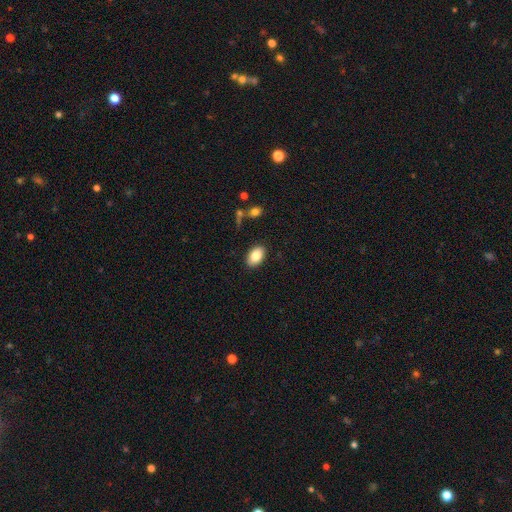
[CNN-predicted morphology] smooth_or_featured: smooth (p=0.85) [alt: featured or disk p=0.08]
how_rounded: in between (p=0.91) [alt: round p=0.08]
merging: none (p=0.86) [alt: minor disturbance p=0.09]